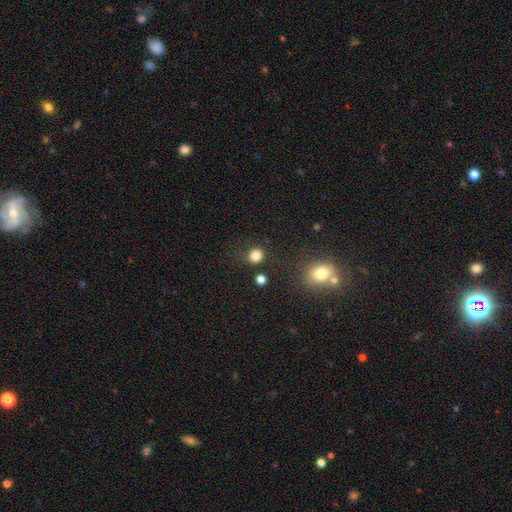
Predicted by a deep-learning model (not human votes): Smooth or featured?
  - smooth: 82% *
  - star or artifact: 13%
  - featured or disk: 4%
How rounded?
  - round: 81% *
  - in between: 18%
  - cigar-shaped: 1%
Merging?
  - none: 77% *
  - minor disturbance: 12%
  - merger: 6%
  - major disturbance: 5%